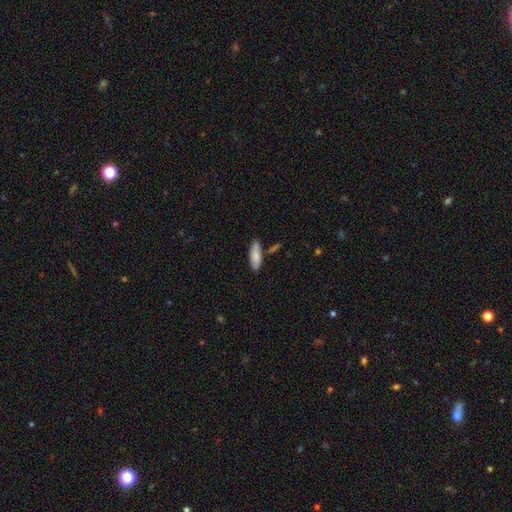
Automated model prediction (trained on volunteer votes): Smooth or featured? smooth (82%)
How rounded? in between (66%)
Merging? none (78%)